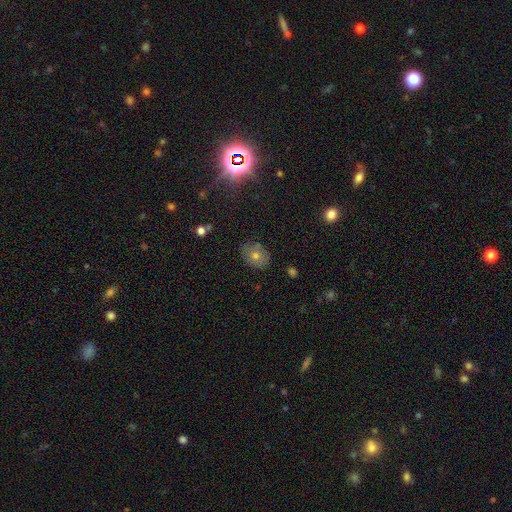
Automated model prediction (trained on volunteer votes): Q: Smooth or featured?
A: smooth (51%); runner-up: featured or disk (25%)
Q: How rounded?
A: in between (57%); runner-up: round (42%)
Q: Merging?
A: none (81%); runner-up: minor disturbance (14%)